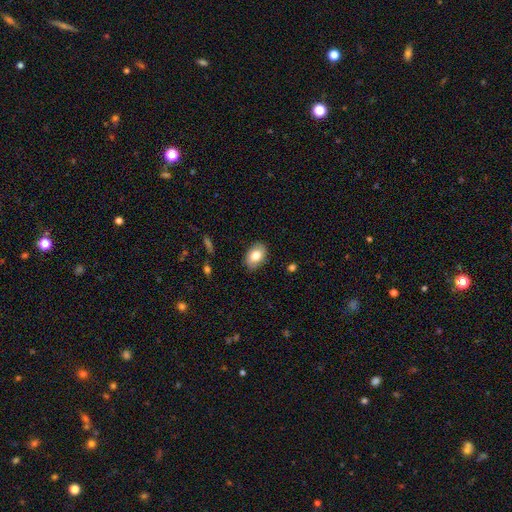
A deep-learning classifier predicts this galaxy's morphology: Overall: smooth (80%). How rounded: in between (86%). Merging: none (87%).